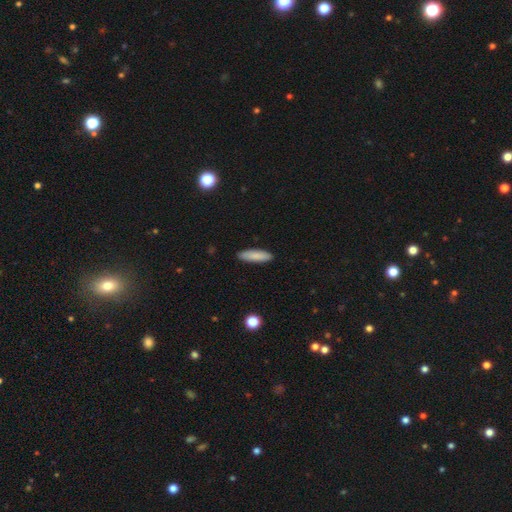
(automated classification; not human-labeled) Q: Smooth or featured?
A: smooth (86%); runner-up: featured or disk (8%)
Q: How rounded?
A: cigar-shaped (62%); runner-up: in between (37%)
Q: Merging?
A: none (90%); runner-up: minor disturbance (8%)